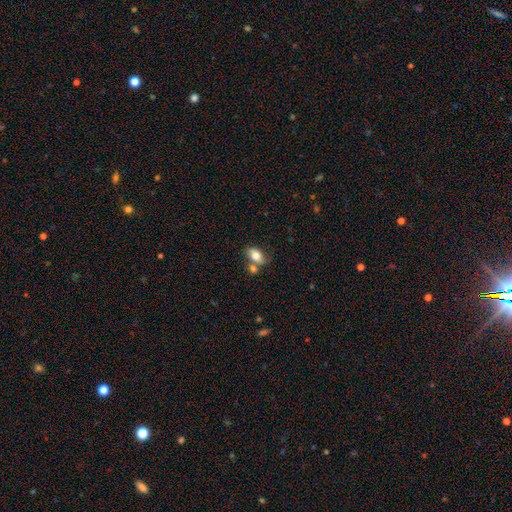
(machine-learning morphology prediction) smooth 74%, featured or disk 19%, star or artifact 8%. Down the decision tree: how rounded — in between (86%); merging — none (53%).